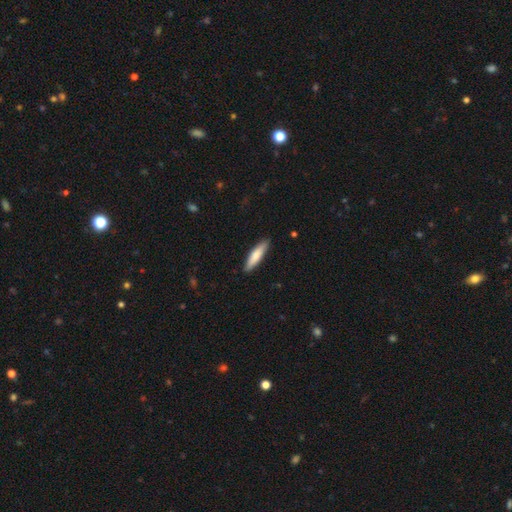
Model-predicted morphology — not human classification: Smooth or featured: smooth — 75% (featured or disk — 20%)
How rounded: cigar-shaped — 74% (in between — 25%)
Merging: none — 88% (minor disturbance — 9%)